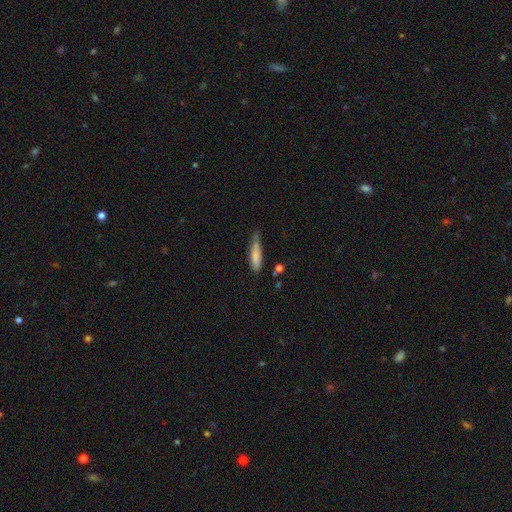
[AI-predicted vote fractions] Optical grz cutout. It shows a smooth galaxy with no disk features (78%) that is cigar-shaped (74%). Merging: none (45%).